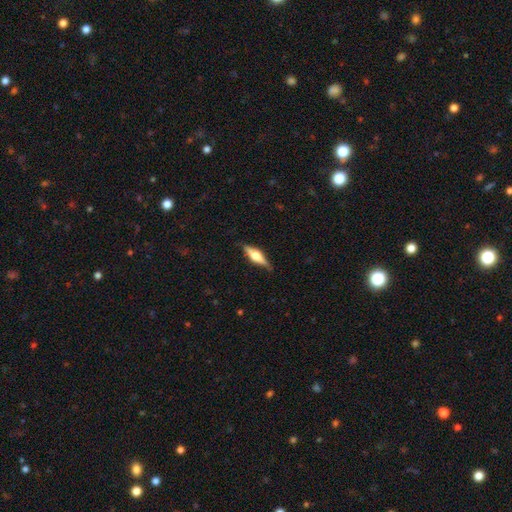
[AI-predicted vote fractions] Smooth or featured? Predicted: featured or disk (p=0.61). Edge-on disk? Predicted: yes (p=0.96). Edge-on bulge? Predicted: rounded (p=0.85). Merging? Predicted: none (p=0.83).